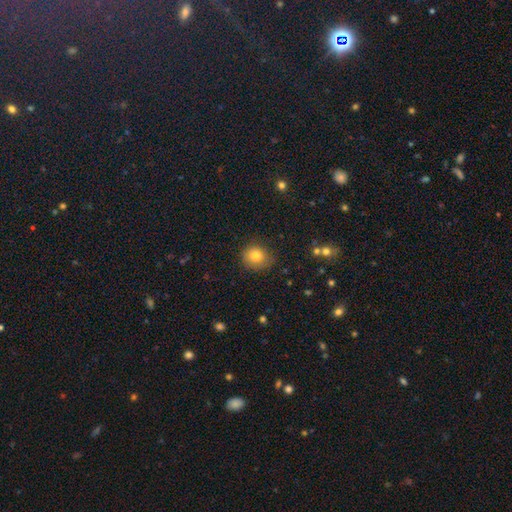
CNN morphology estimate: Q: Smooth or featured?
A: smooth (80%); runner-up: star or artifact (11%)
Q: How rounded?
A: round (78%); runner-up: in between (22%)
Q: Merging?
A: none (78%); runner-up: minor disturbance (17%)